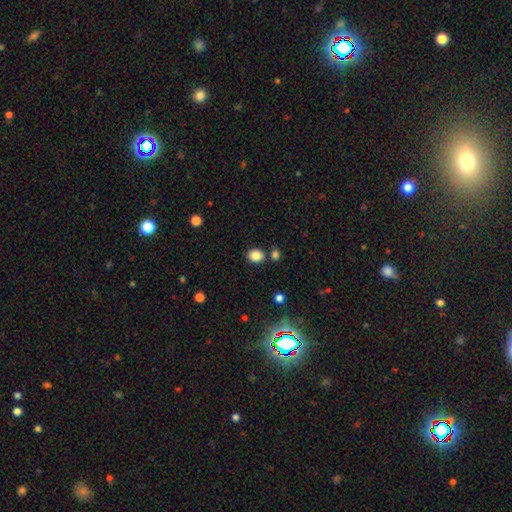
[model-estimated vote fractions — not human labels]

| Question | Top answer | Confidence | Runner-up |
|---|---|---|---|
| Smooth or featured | smooth | 84% | star or artifact (11%) |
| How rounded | round | 63% | in between (36%) |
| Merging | none | 80% | merger (9%) |